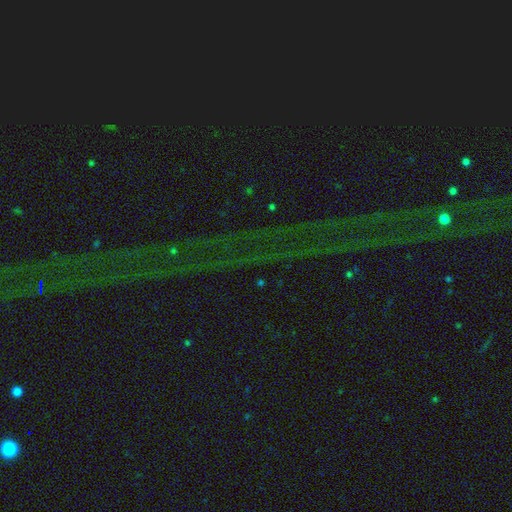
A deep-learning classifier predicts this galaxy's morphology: Smooth or featured? Predicted: star or artifact (p=0.82).